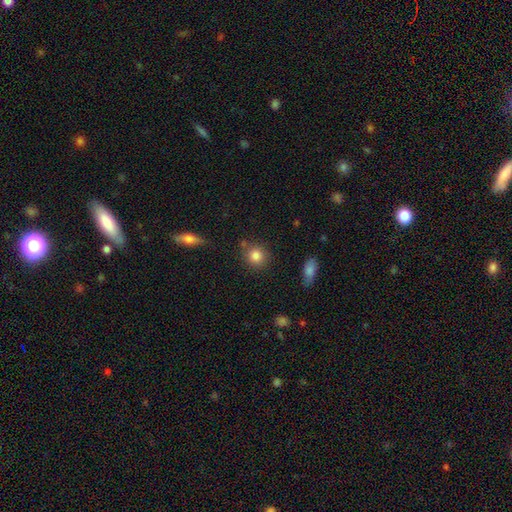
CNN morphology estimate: Smooth or featured: smooth — 84% (star or artifact — 10%)
How rounded: round — 86% (in between — 13%)
Merging: none — 80% (minor disturbance — 11%)